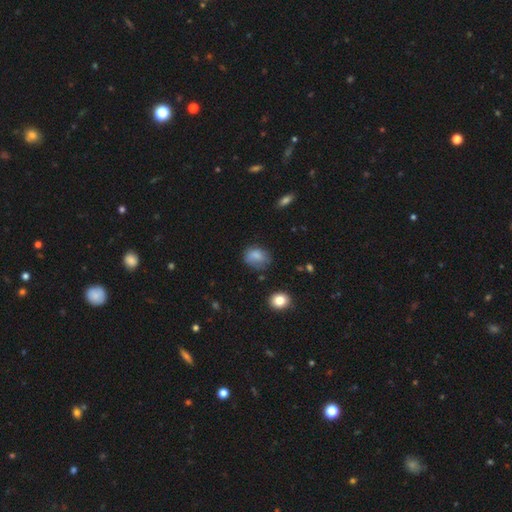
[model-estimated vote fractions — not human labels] A smooth galaxy with no disk features (78%) that is in between round and cigar-shaped (58%). Merging: none (57%).